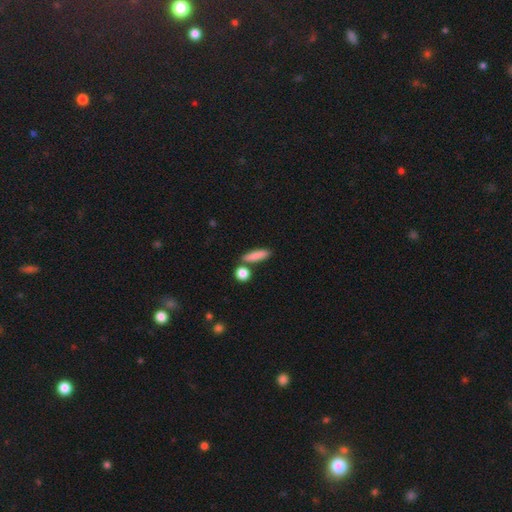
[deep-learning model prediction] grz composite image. It shows a smooth galaxy with no disk features (82%) that is cigar-shaped (60%). Merging: none (73%).